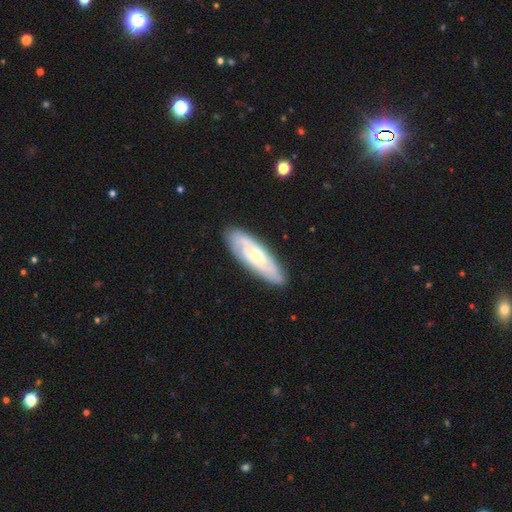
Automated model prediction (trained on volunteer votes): Q: Smooth or featured?
A: featured or disk (71%); runner-up: smooth (24%)
Q: Edge-on disk?
A: no (81%); runner-up: yes (19%)
Q: Bar?
A: no (71%); runner-up: weak (24%)
Q: Spiral arms?
A: yes (86%); runner-up: no (14%)
Q: Bulge size?
A: moderate (51%); runner-up: small (44%)
Q: Merging?
A: none (84%); runner-up: minor disturbance (12%)